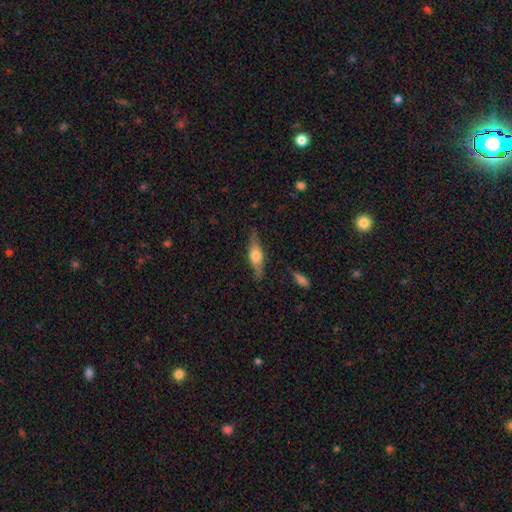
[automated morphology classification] Smooth or featured? featured or disk (51%)
Edge-on disk? yes (90%)
Merging? none (81%)